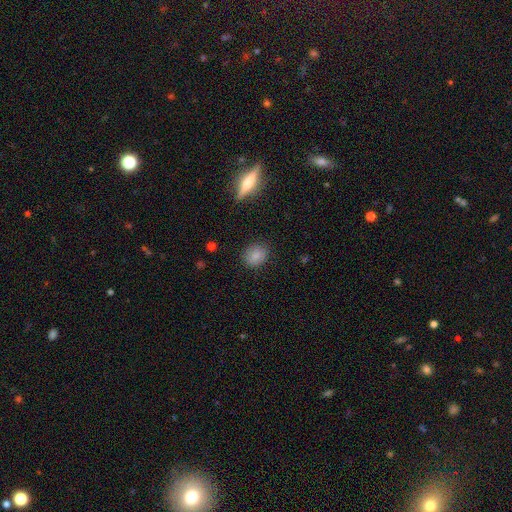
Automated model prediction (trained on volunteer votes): Smooth or featured?
  - smooth: 84% *
  - star or artifact: 10%
  - featured or disk: 6%
How rounded?
  - round: 55% *
  - in between: 44%
  - cigar-shaped: 2%
Merging?
  - none: 86% *
  - minor disturbance: 10%
  - major disturbance: 3%
  - merger: 1%